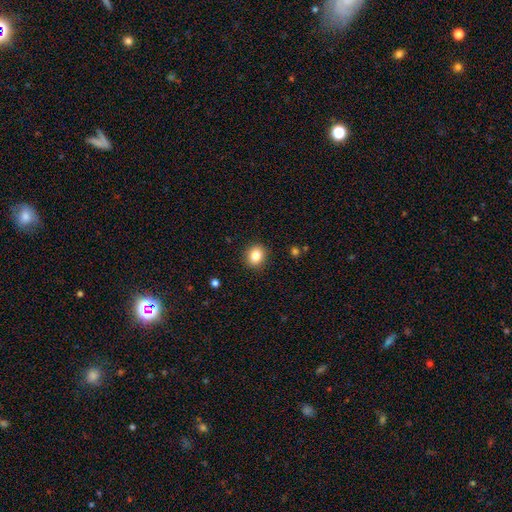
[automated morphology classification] Smooth or featured? smooth (85%)
How rounded? round (64%)
Merging? none (90%)